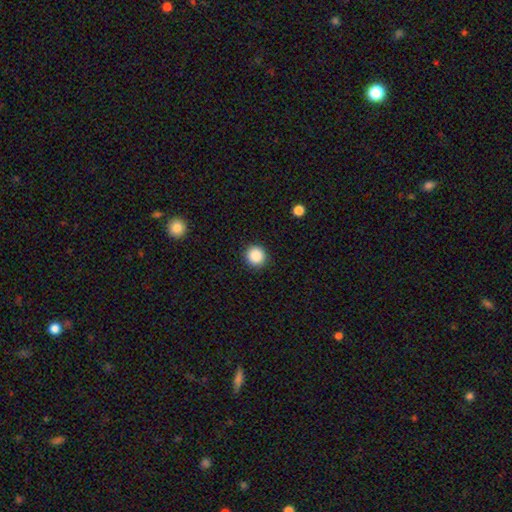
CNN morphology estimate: Overall: smooth (88%). How rounded: round (94%). Merging: none (92%).